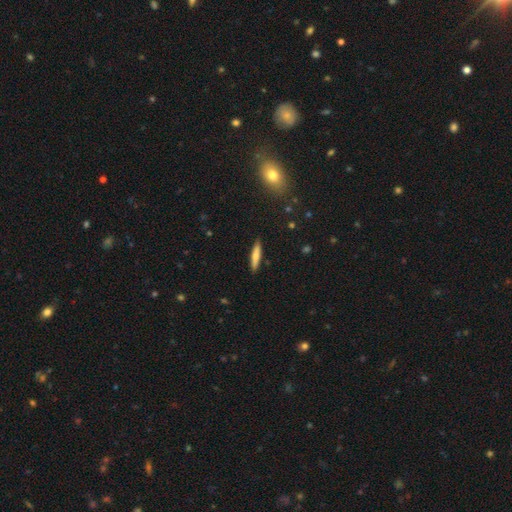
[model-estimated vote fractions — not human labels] Smooth or featured? Predicted: smooth (p=0.69). How rounded? Predicted: cigar-shaped (p=0.88). Merging? Predicted: none (p=0.89).